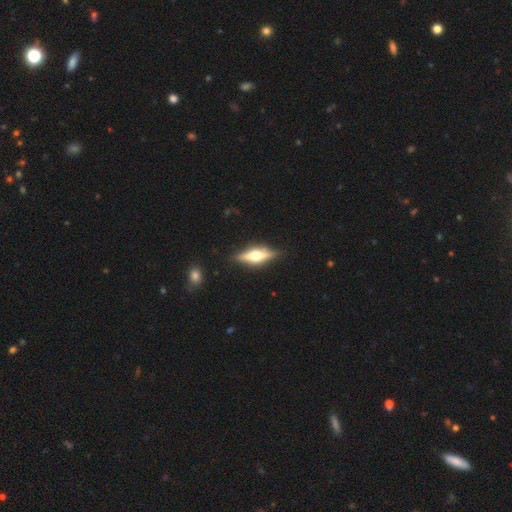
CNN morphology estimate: Overall: featured or disk (69%). Edge-on disk: yes (95%). Edge-on bulge: rounded (94%). Merging: none (86%).